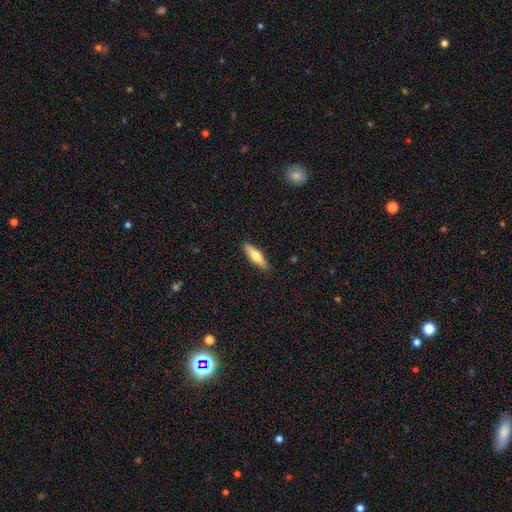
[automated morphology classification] Overall: smooth (63%; featured or disk 32%). How rounded: cigar-shaped (63%; in between 35%). Merging: none (89%).